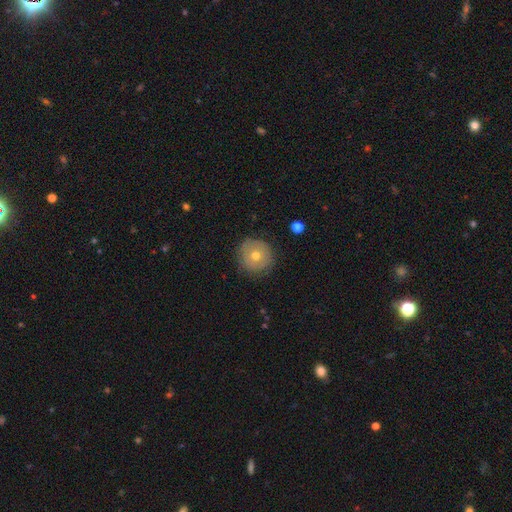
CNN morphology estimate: This appears to be a smooth galaxy with no disk features (55%) that is round (93%). Merging: none (83%).